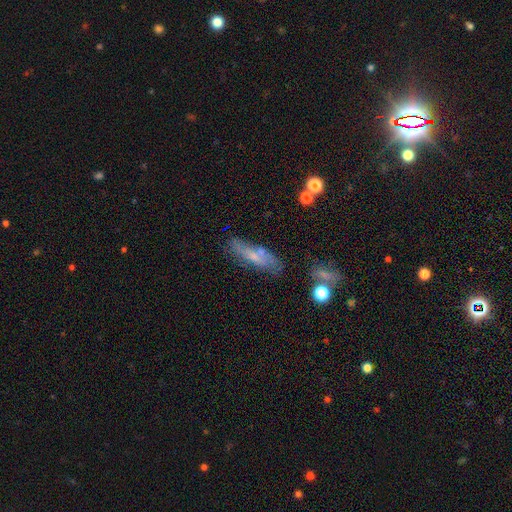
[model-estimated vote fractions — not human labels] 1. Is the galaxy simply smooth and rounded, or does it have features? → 53% smooth, 38% featured or disk, 10% star or artifact.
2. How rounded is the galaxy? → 58% cigar-shaped, 39% in between, 3% round.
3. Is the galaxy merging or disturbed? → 62% none, 22% minor disturbance, 8% major disturbance, 7% merger.